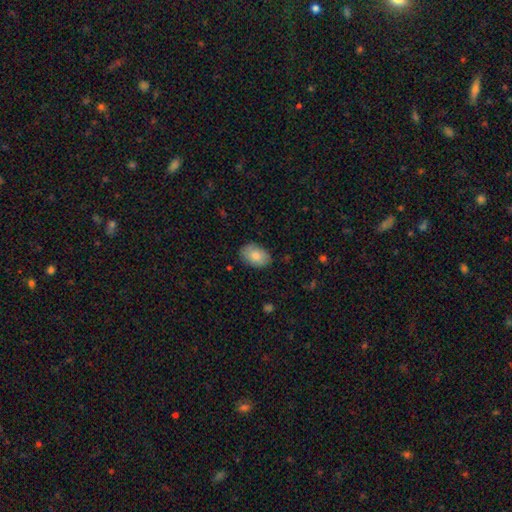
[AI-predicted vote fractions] This appears to be a smooth galaxy with no disk features (81%) that is in between round and cigar-shaped (87%). Merging: none (81%).